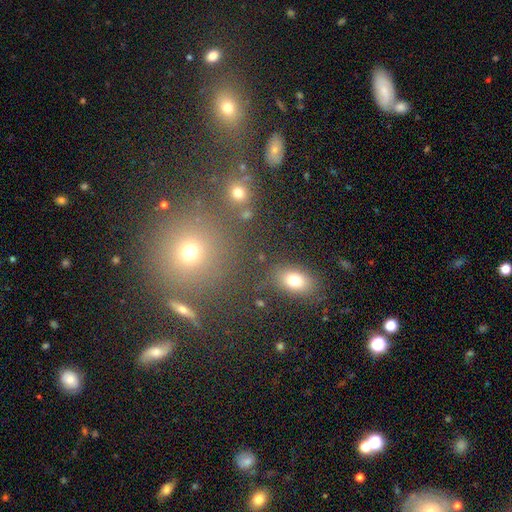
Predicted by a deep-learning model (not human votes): The model was most divided on "smooth or featured": smooth: 50%, star or artifact: 38%, featured or disk: 12%. More confident: how rounded — round (83%); merging — none (77%).